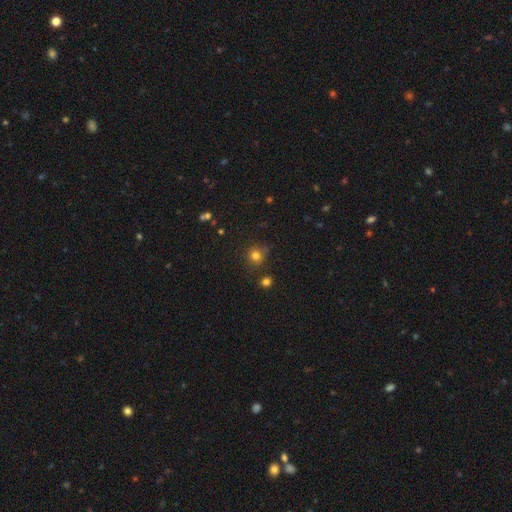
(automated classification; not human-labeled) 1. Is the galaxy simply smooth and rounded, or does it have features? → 78% smooth, 15% star or artifact, 6% featured or disk.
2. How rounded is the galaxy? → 89% round, 10% in between, 1% cigar-shaped.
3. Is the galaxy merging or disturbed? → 78% none, 14% minor disturbance, 4% merger, 4% major disturbance.